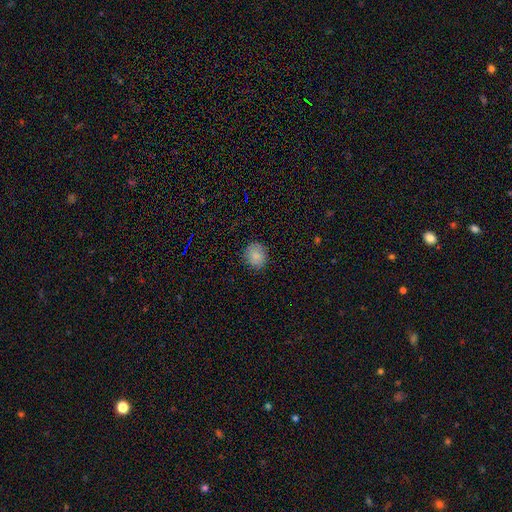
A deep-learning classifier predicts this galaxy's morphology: A smooth galaxy with no disk features (84%) that is round (78%). Merging: none (86%).